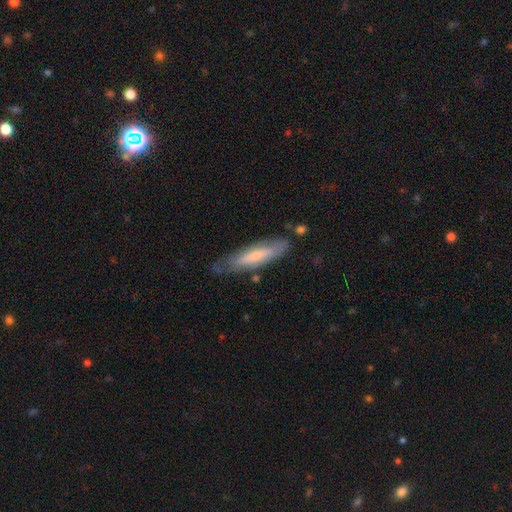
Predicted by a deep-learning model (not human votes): A smooth galaxy with no disk features (55%) that is cigar-shaped (72%).

Vote fractions:
- Smooth or featured? smooth: 55% / featured or disk: 40% / star or artifact: 6%
- How rounded? cigar-shaped: 72% / in between: 27% / round: 1%
- Merging? none: 69% / minor disturbance: 22% / major disturbance: 6% / merger: 3%